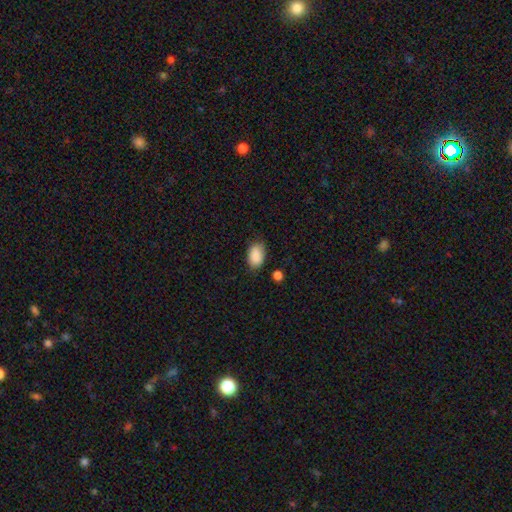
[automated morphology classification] This is clearly a smooth galaxy (89%). How rounded: clearly in between (89%). Merging: likely none (76%).